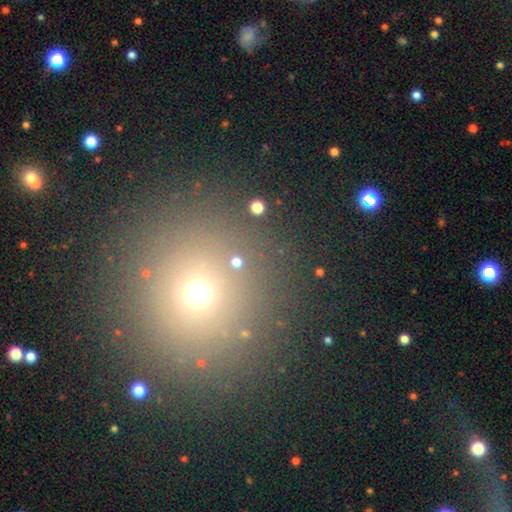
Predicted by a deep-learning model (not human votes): Smooth or featured? Predicted: smooth (p=0.59). How rounded? Predicted: round (p=0.94). Merging? Predicted: none (p=0.87).